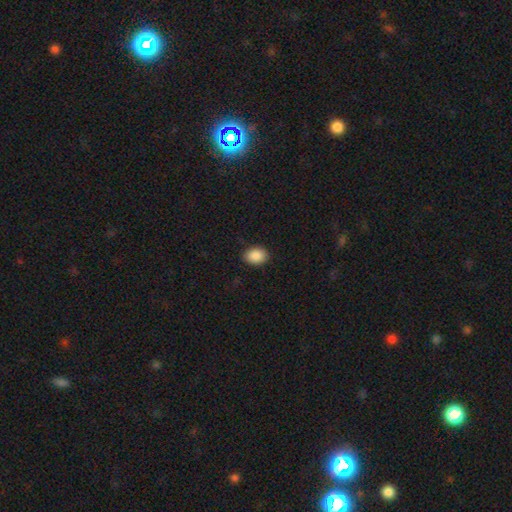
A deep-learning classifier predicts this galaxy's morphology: smooth-or-featured: smooth: 89% | star or artifact: 8% | featured or disk: 3%
  how-rounded: in between: 70% | round: 29% | cigar-shaped: 1%
  merging: none: 89% | minor disturbance: 8% | major disturbance: 2% | merger: 1%